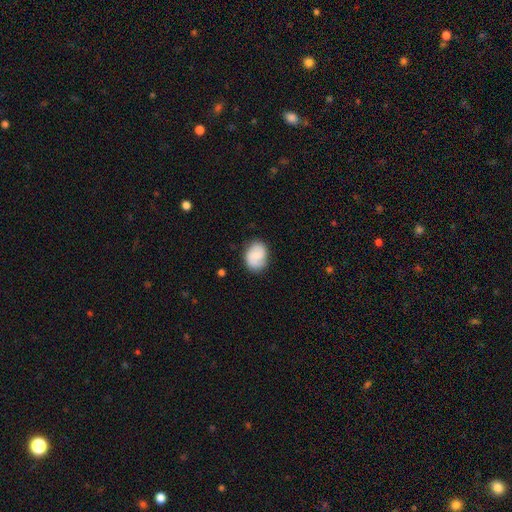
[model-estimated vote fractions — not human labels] Smooth or featured?
  - smooth: 63% *
  - featured or disk: 30%
  - star or artifact: 7%
How rounded?
  - in between: 59% *
  - round: 40%
  - cigar-shaped: 1%
Merging?
  - none: 77% *
  - minor disturbance: 17%
  - major disturbance: 4%
  - merger: 1%